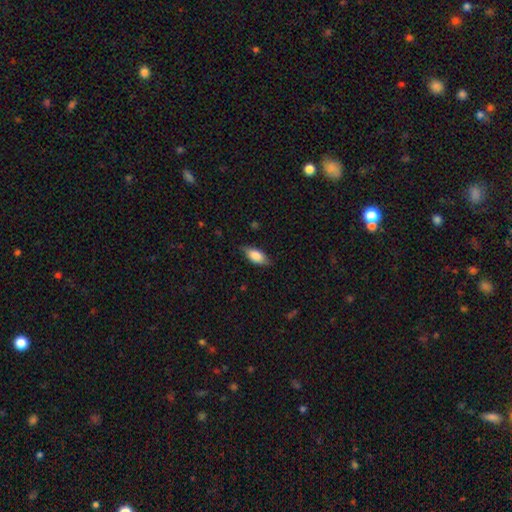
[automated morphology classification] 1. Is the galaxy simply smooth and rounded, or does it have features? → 79% smooth, 15% featured or disk, 7% star or artifact.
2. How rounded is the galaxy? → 84% in between, 13% cigar-shaped, 3% round.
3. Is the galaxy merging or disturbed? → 77% none, 18% minor disturbance, 4% major disturbance, 1% merger.